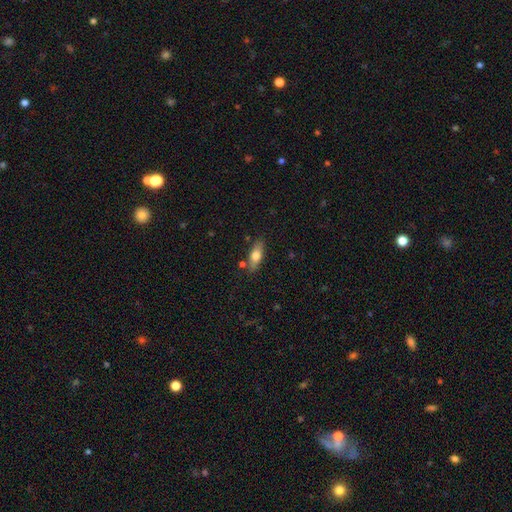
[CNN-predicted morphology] type=smooth (66%); roundness=in between (67%); merging=none (79%).